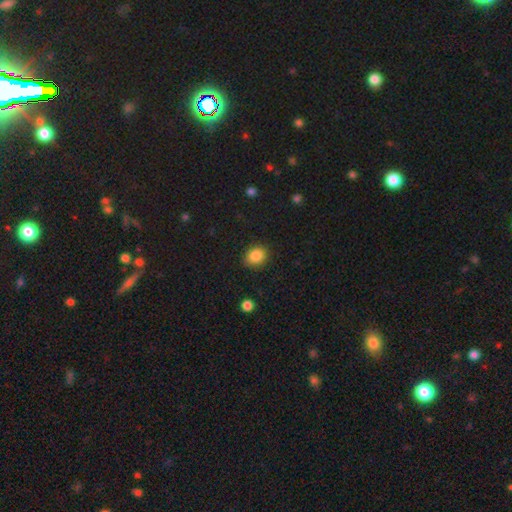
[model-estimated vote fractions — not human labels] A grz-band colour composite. It shows a smooth galaxy with no disk features (86%) that is round (51%). Merging: none (85%).